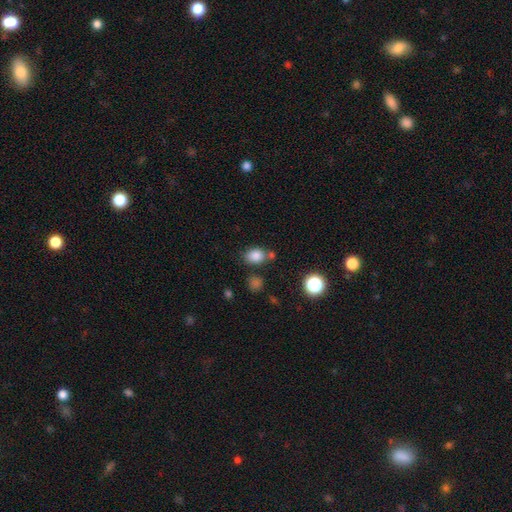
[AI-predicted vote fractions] Overall: smooth (82%). How rounded: in between (60%; round 39%). Merging: none (65%).